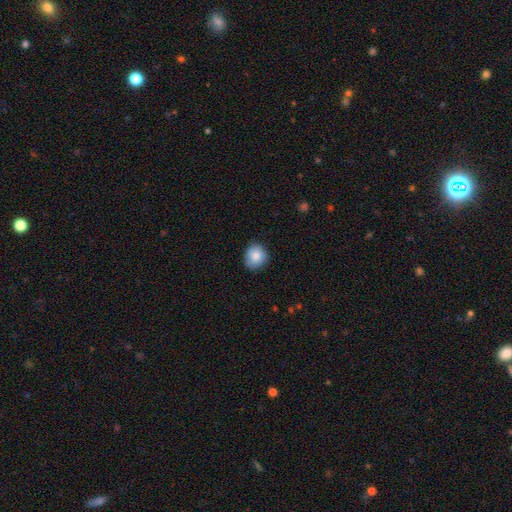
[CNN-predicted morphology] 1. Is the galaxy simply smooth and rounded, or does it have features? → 85% smooth, 8% star or artifact, 8% featured or disk.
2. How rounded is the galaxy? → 80% round, 19% in between, 1% cigar-shaped.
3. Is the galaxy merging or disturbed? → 81% none, 15% minor disturbance, 3% major disturbance, 1% merger.